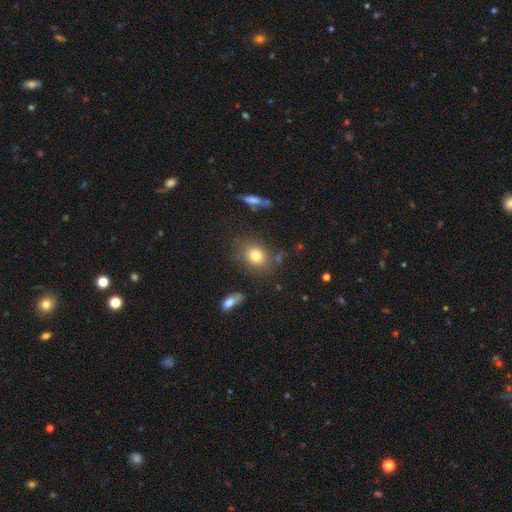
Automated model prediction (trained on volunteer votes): smooth_or_featured: smooth (p=0.78) [alt: star or artifact p=0.12]
how_rounded: round (p=0.56) [alt: in between p=0.43]
merging: none (p=0.77) [alt: minor disturbance p=0.14]